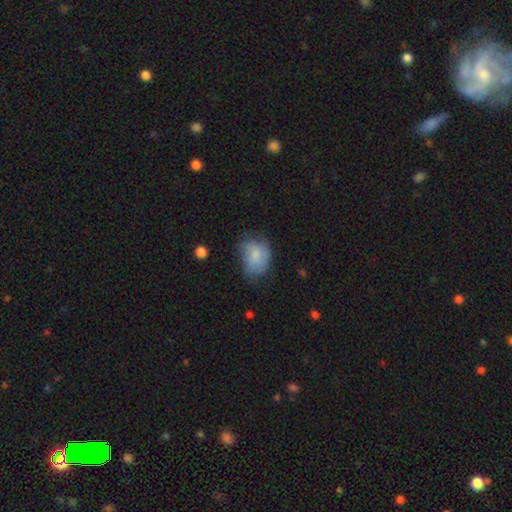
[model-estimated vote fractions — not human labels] Smooth or featured?
  - smooth: 68% *
  - featured or disk: 23%
  - star or artifact: 8%
How rounded?
  - in between: 56% *
  - round: 43%
  - cigar-shaped: 1%
Merging?
  - none: 47% *
  - minor disturbance: 35%
  - major disturbance: 16%
  - merger: 2%